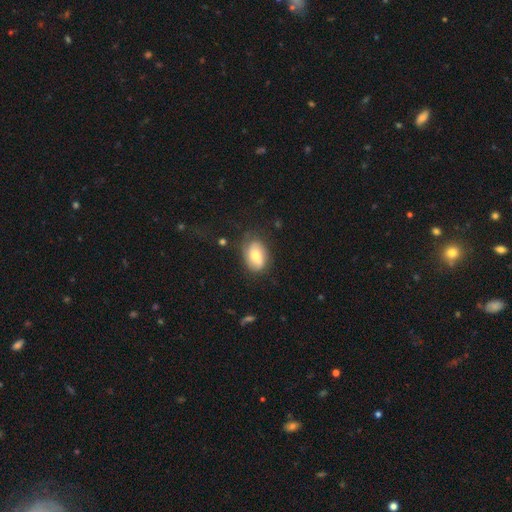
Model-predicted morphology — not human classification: type=smooth (64%); roundness=in between (85%); merging=none (71%).